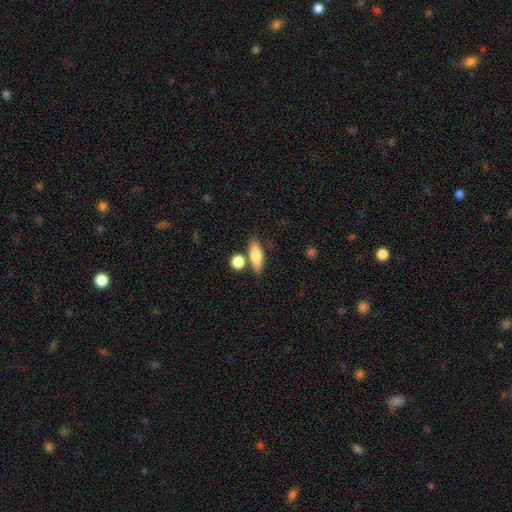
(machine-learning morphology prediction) smooth_or_featured: smooth (p=0.75) [alt: featured or disk p=0.18]
how_rounded: in between (p=0.59) [alt: cigar-shaped p=0.35]
merging: none (p=0.72) [alt: merger p=0.14]